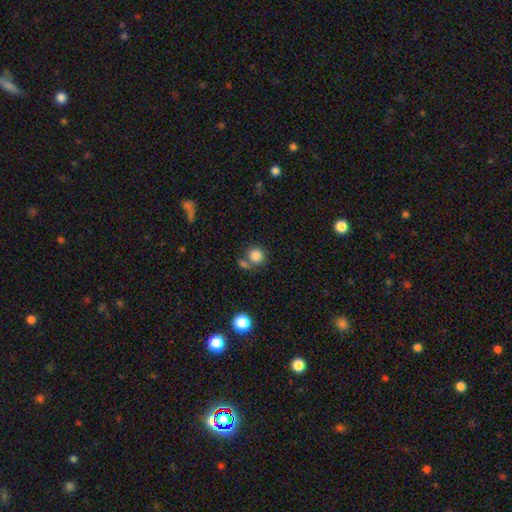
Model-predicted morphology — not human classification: smooth 84%, star or artifact 10%, featured or disk 6%. Down the decision tree: how rounded — round (88%); merging — none (60%).